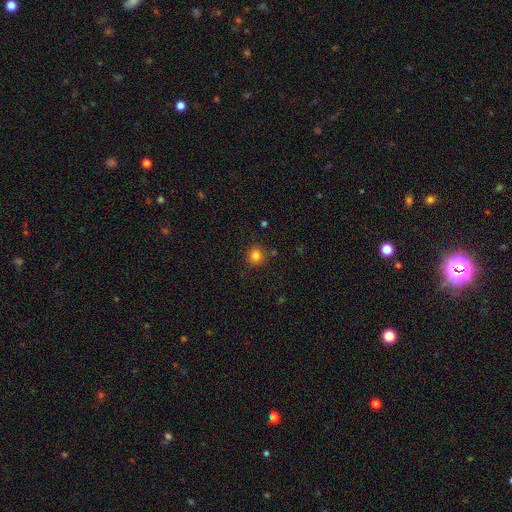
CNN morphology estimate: Q: Smooth or featured?
A: smooth (83%); runner-up: star or artifact (13%)
Q: How rounded?
A: round (91%); runner-up: in between (8%)
Q: Merging?
A: none (85%); runner-up: minor disturbance (9%)